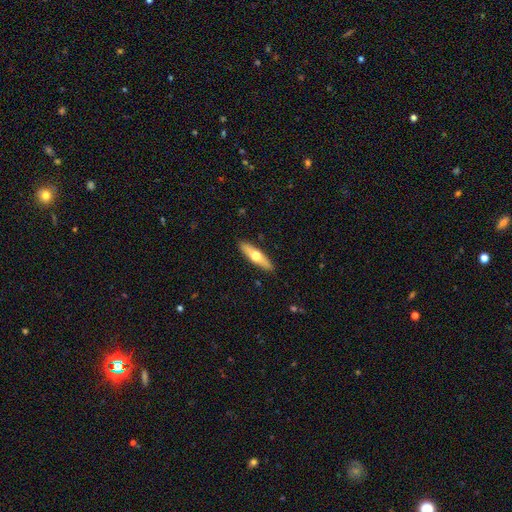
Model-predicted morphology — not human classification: A smooth galaxy with no disk features (51%) that is cigar-shaped (66%).

Vote fractions:
- Smooth or featured? smooth: 51% / featured or disk: 44% / star or artifact: 5%
- How rounded? cigar-shaped: 66% / in between: 31% / round: 2%
- Merging? none: 90% / minor disturbance: 7% / major disturbance: 2% / merger: 1%